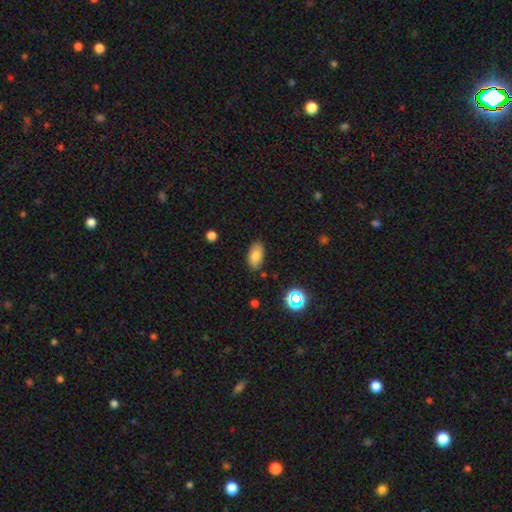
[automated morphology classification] Smooth or featured? smooth (80%)
How rounded? in between (92%)
Merging? none (83%)